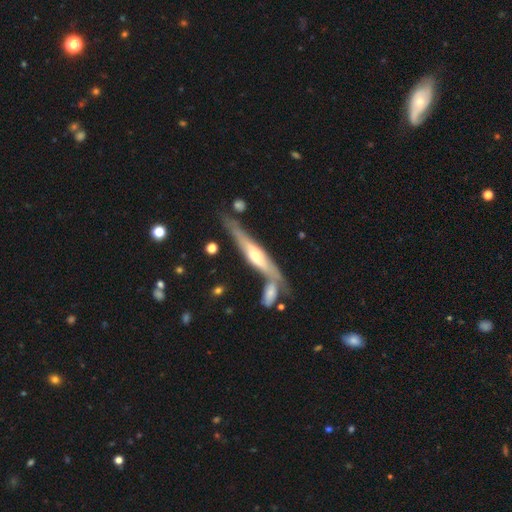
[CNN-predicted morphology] Q: Smooth or featured?
A: featured or disk (71%); runner-up: smooth (23%)
Q: Edge-on disk?
A: yes (90%); runner-up: no (10%)
Q: Edge-on bulge?
A: rounded (81%); runner-up: none (11%)
Q: Merging?
A: none (58%); runner-up: merger (23%)